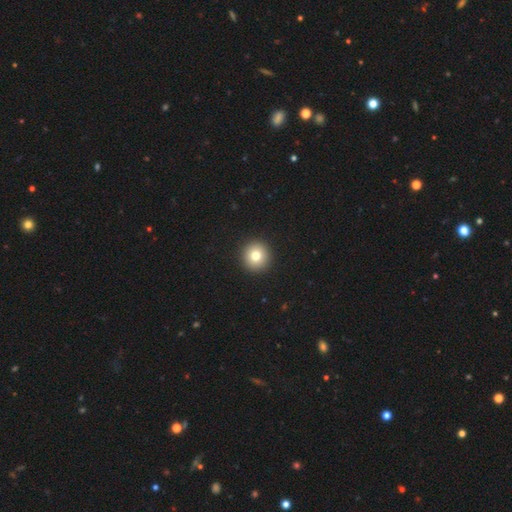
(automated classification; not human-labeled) The model was most divided on "smooth or featured": smooth: 78%, featured or disk: 12%, star or artifact: 11%. More confident: how rounded — round (95%); merging — none (94%).